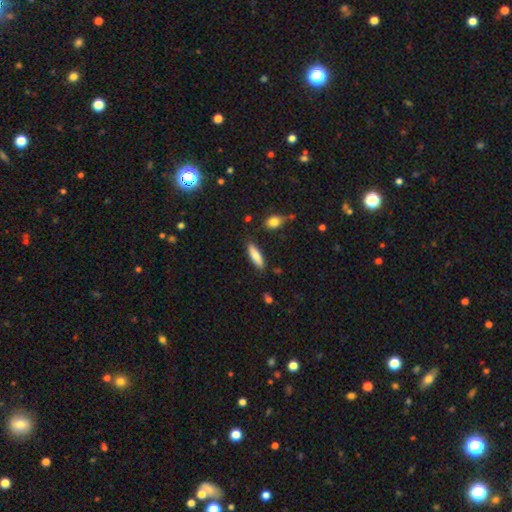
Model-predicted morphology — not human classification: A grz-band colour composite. It shows a smooth galaxy with no disk features (75%) that is cigar-shaped (58%). Merging: none (84%).